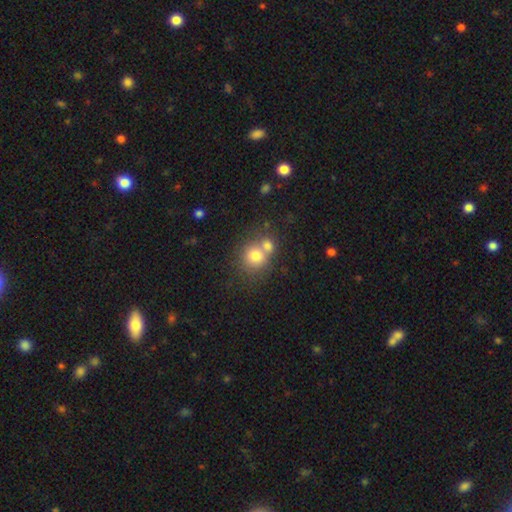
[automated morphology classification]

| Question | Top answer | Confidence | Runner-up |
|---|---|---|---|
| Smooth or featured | smooth | 74% | featured or disk (15%) |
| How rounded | round | 78% | in between (21%) |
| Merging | merger | 50% | none (38%) |